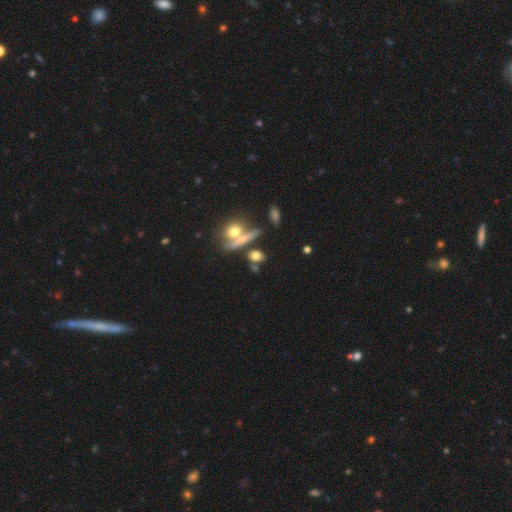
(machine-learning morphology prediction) smooth-or-featured: smooth: 66% | featured or disk: 21% | star or artifact: 13%
  how-rounded: in between: 42% | round: 35% | cigar-shaped: 23%
  merging: none: 55% | merger: 27% | minor disturbance: 12% | major disturbance: 6%